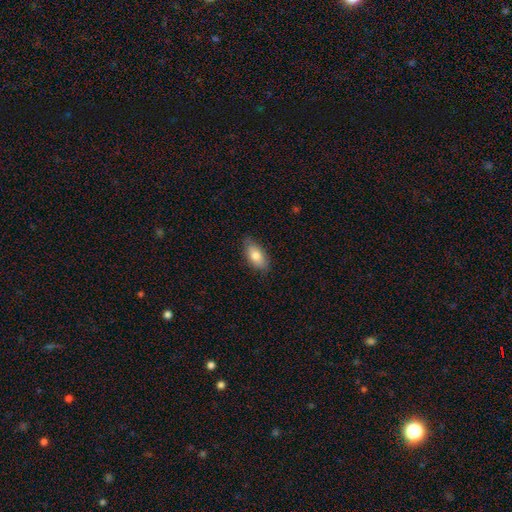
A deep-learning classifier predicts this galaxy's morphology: The model was most divided on "smooth or featured": smooth: 79%, featured or disk: 14%, star or artifact: 7%. More confident: how rounded — in between (91%); merging — none (81%).